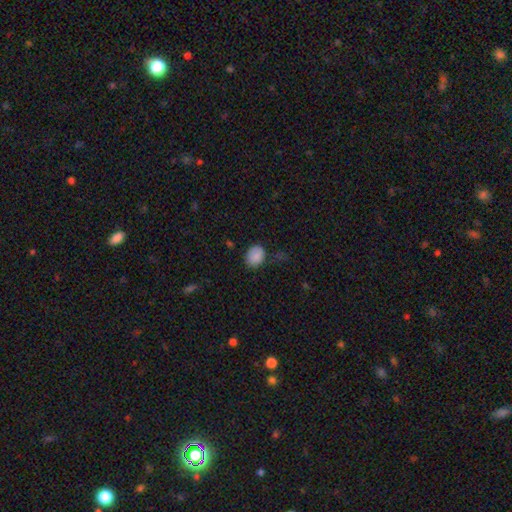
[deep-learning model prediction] Morphology: type=smooth (86%); roundness=in between (67%); merging=none (71%).